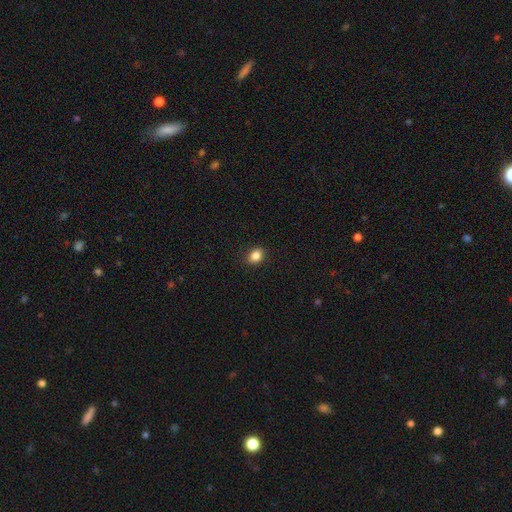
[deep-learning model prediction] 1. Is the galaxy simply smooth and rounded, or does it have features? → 85% smooth, 10% star or artifact, 5% featured or disk.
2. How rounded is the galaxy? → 56% in between, 43% round, 1% cigar-shaped.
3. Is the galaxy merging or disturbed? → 89% none, 8% minor disturbance, 2% major disturbance, 1% merger.